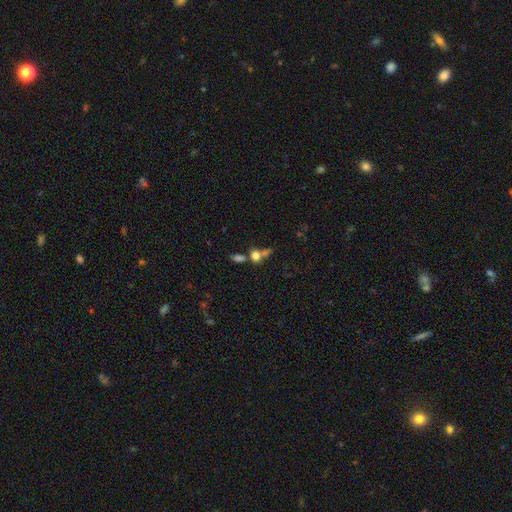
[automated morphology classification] Smooth or featured? Predicted: smooth (p=0.68). How rounded? Predicted: round (p=0.55). Merging? Predicted: merger (p=0.47).